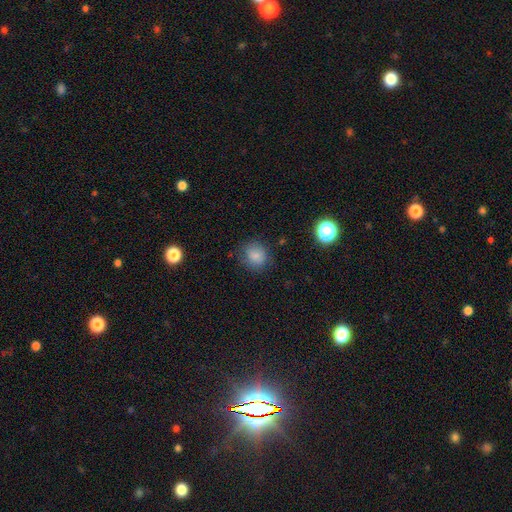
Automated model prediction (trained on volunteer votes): This appears to be a smooth galaxy with no disk features (82%) that is round (81%). Merging: none (78%).